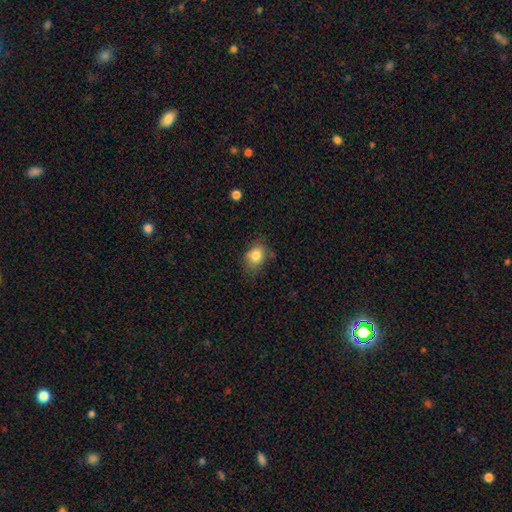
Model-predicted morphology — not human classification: Overall: smooth (81%). How rounded: in between (61%; round 38%). Merging: none (68%).